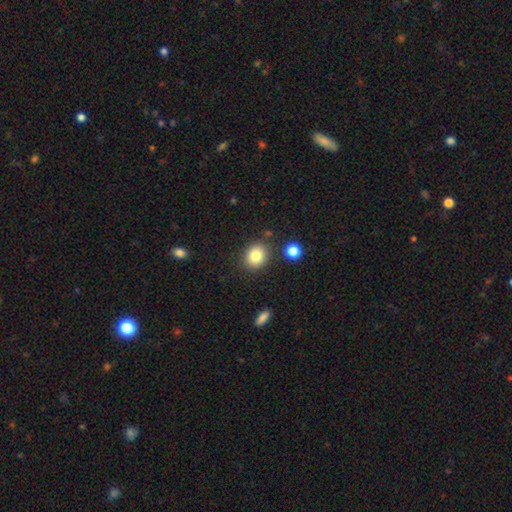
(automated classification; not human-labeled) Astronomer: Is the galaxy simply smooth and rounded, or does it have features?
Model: smooth — 83%.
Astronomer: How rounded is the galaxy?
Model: round — 64%.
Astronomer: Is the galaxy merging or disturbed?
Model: none — 83%.